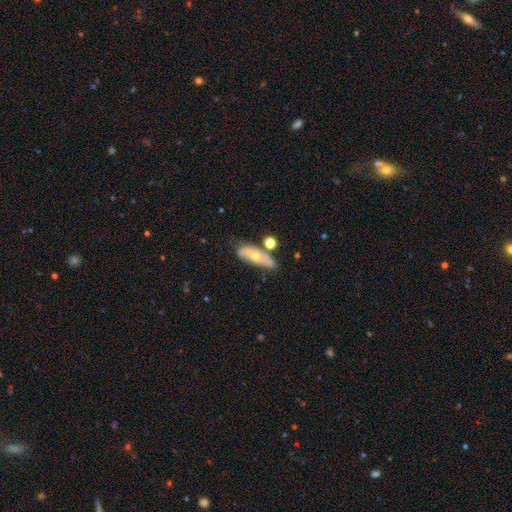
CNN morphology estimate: Smooth or featured? Predicted: smooth (p=0.52). How rounded? Predicted: in between (p=0.61). Merging? Predicted: none (p=0.51).